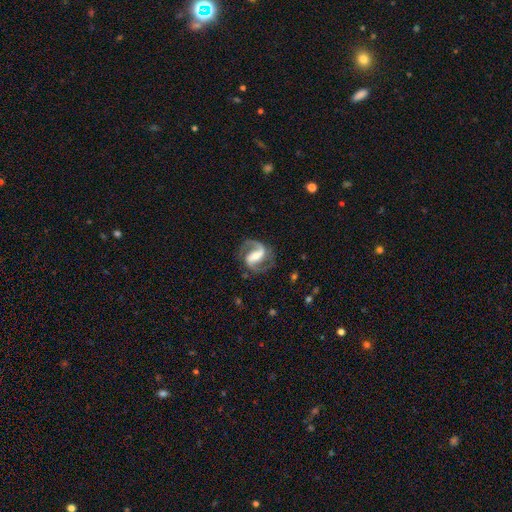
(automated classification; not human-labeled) A featured or disk galaxy (90%) with a strong bar (54%), 2 (92%) medium (58%) spiral arms (97%) and a moderate central bulge (49%).

Vote fractions:
- Smooth or featured? featured or disk: 90% / smooth: 5% / star or artifact: 5%
- Edge-on disk? no: 98% / yes: 2%
- Bar? strong: 54% / weak: 33% / no: 13%
- Spiral arms? yes: 97% / no: 3%
- Spiral winding? medium: 58% / loose: 25% / tight: 17%
- Spiral arm count? 2: 92% / 1: 3% / can't tell: 2% / 3: 1% / 4: 1% / more than 4: 1%
- Bulge size? moderate: 49% / small: 36% / large: 10% / none: 4% / dominant: 2%
- Merging? none: 80% / minor disturbance: 12% / major disturbance: 7% / merger: 1%